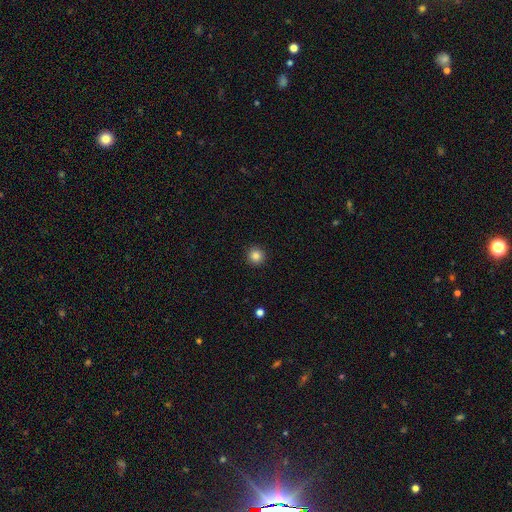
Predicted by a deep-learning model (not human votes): This is clearly a smooth galaxy (84%). How rounded: clearly round (96%). Merging: clearly none (93%).